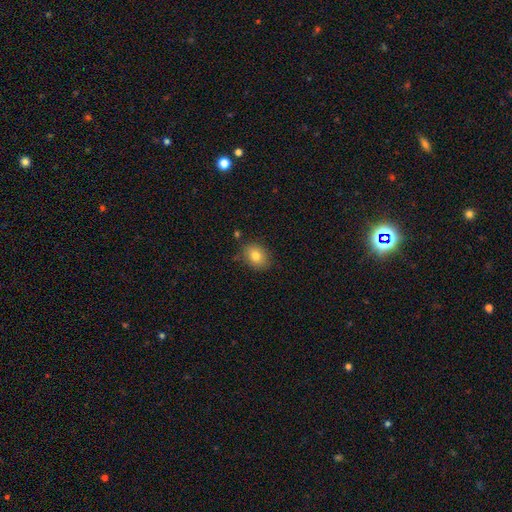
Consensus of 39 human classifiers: Smooth or featured: smooth — 85% (featured or disk — 10%)
How rounded: in between — 70% (round — 30%)
Merging: none — 76% (minor disturbance — 19%)